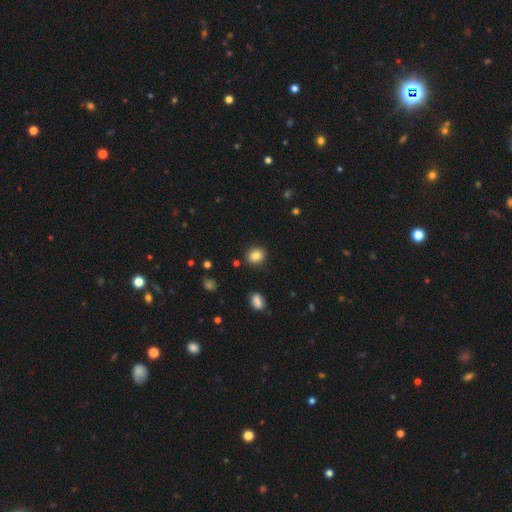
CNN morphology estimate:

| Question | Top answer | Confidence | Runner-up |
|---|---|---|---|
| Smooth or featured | smooth | 84% | star or artifact (10%) |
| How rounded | round | 69% | in between (30%) |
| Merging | none | 89% | minor disturbance (7%) |